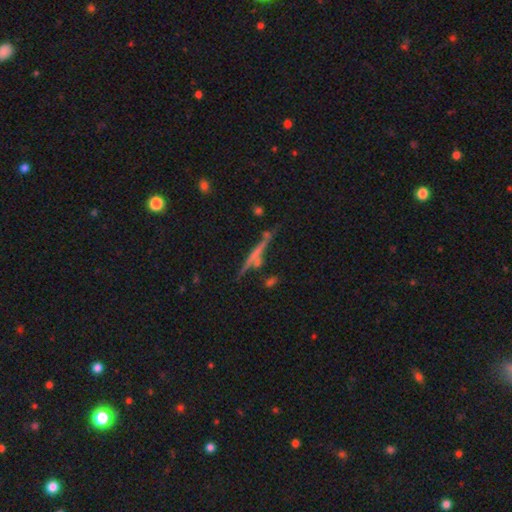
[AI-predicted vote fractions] smooth_or_featured: featured or disk (p=0.56) [alt: smooth p=0.33]
disk_edge_on: yes (p=0.93) [alt: no p=0.07]
edge_on_bulge: none (p=0.68) [alt: rounded p=0.20]
merging: none (p=0.66) [alt: merger p=0.15]